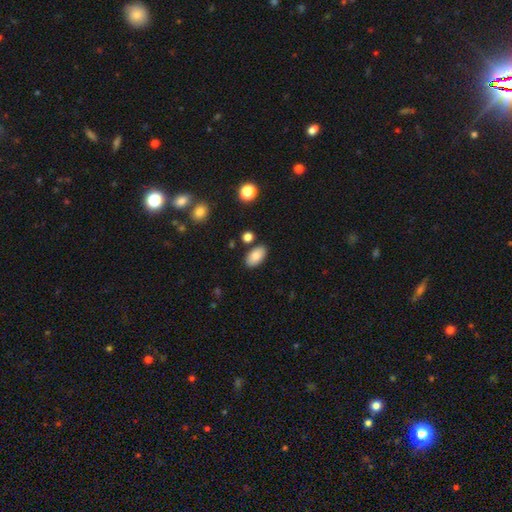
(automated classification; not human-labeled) Smooth or featured?
  - smooth: 83% *
  - featured or disk: 9%
  - star or artifact: 8%
How rounded?
  - in between: 94% *
  - round: 4%
  - cigar-shaped: 2%
Merging?
  - none: 83% *
  - minor disturbance: 10%
  - merger: 4%
  - major disturbance: 2%